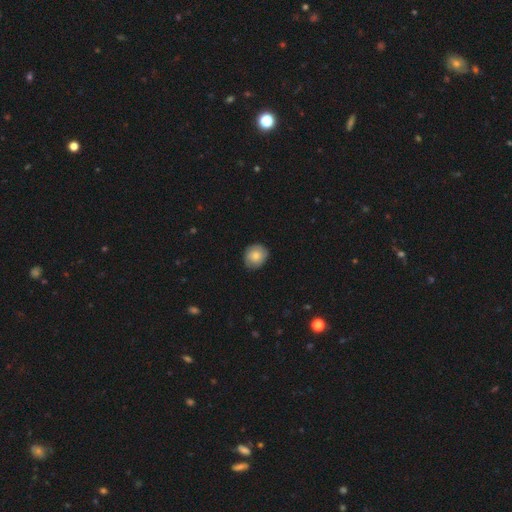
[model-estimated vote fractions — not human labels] This appears to be a smooth galaxy with no disk features (72%) that is round (77%). Merging: none (81%).